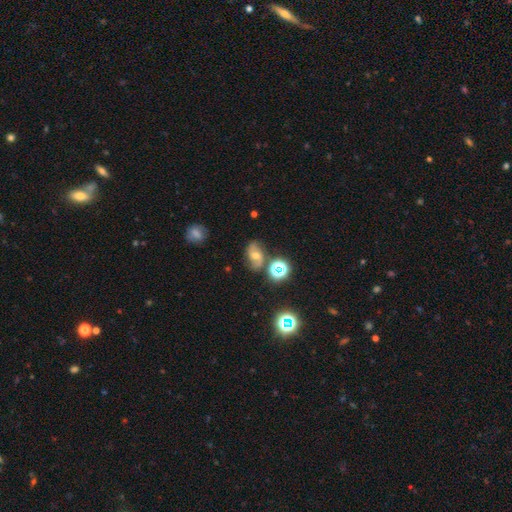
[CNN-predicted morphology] Overall: featured or disk (51%; smooth 25%). Edge-on disk: no (96%). Merging: none (73%).